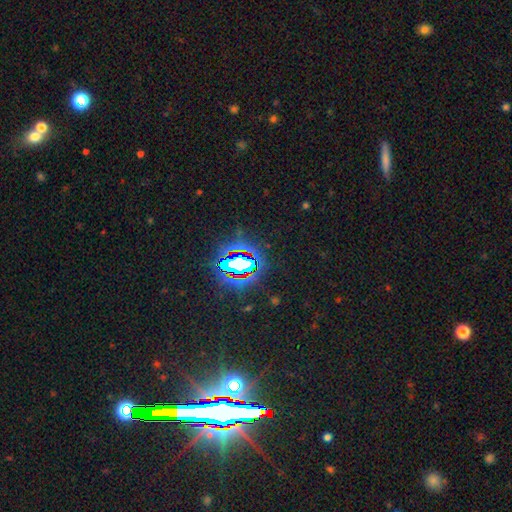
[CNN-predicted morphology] The model was most divided on "smooth or featured": star or artifact: 83%, smooth: 9%, featured or disk: 8%.